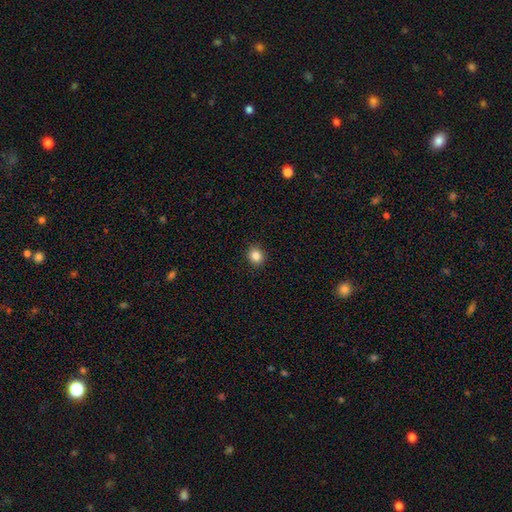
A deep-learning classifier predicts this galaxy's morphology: type=smooth (85%); roundness=round (80%); merging=none (92%).